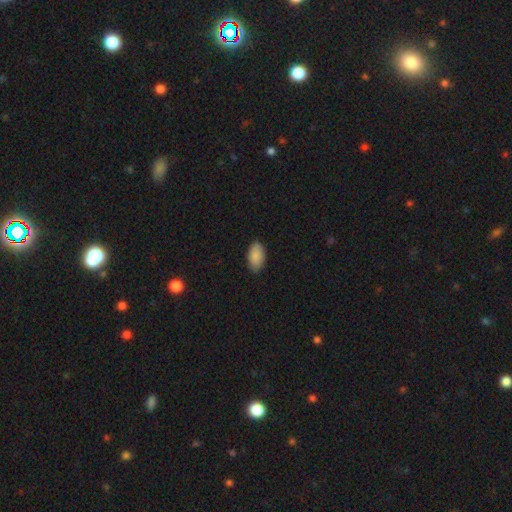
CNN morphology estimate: Q: Smooth or featured?
A: smooth (88%); runner-up: star or artifact (7%)
Q: How rounded?
A: in between (95%); runner-up: round (3%)
Q: Merging?
A: none (87%); runner-up: minor disturbance (10%)